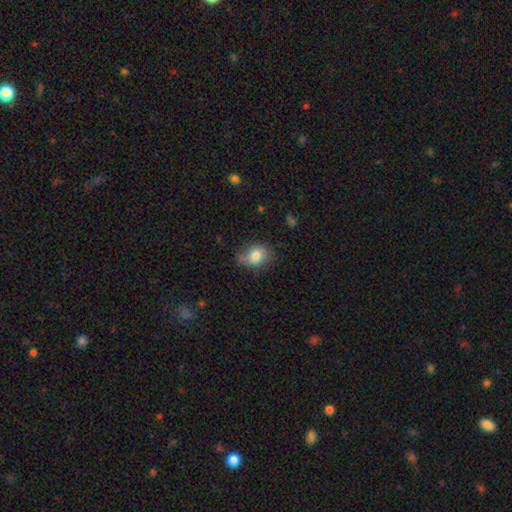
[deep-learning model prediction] smooth 80%, featured or disk 11%, star or artifact 9%. Down the decision tree: how rounded — in between (65%); merging — none (66%).